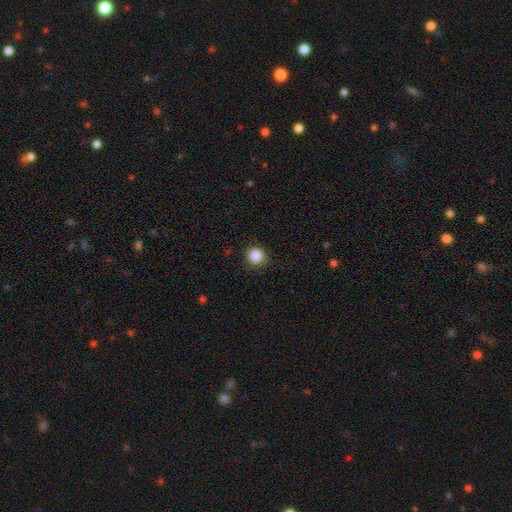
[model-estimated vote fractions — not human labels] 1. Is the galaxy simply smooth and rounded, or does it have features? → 87% smooth, 10% star or artifact, 3% featured or disk.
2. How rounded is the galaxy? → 92% round, 7% in between, 1% cigar-shaped.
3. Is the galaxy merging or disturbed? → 86% none, 10% minor disturbance, 3% major disturbance, 1% merger.